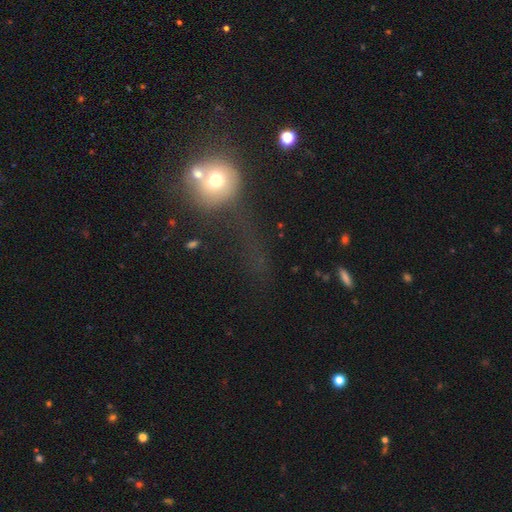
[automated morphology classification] The model was most divided on "merging": none: 31%, major disturbance: 28%, merger: 26%, minor disturbance: 16%. Remaining: smooth or featured — smooth (44%).